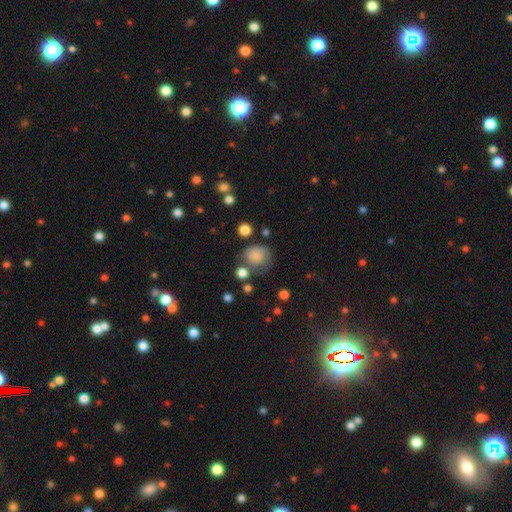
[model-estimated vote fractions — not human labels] Smooth or featured: smooth — 76% (featured or disk — 13%)
How rounded: round — 76% (in between — 23%)
Merging: none — 49% (minor disturbance — 26%)